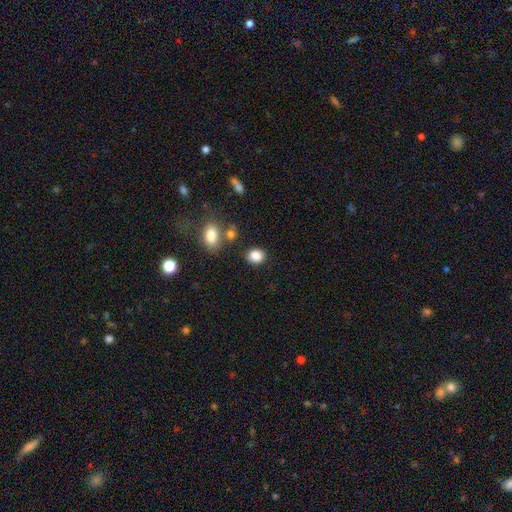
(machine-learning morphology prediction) Q: Smooth or featured?
A: smooth (86%); runner-up: star or artifact (9%)
Q: How rounded?
A: round (50%); runner-up: in between (49%)
Q: Merging?
A: none (80%); runner-up: minor disturbance (11%)